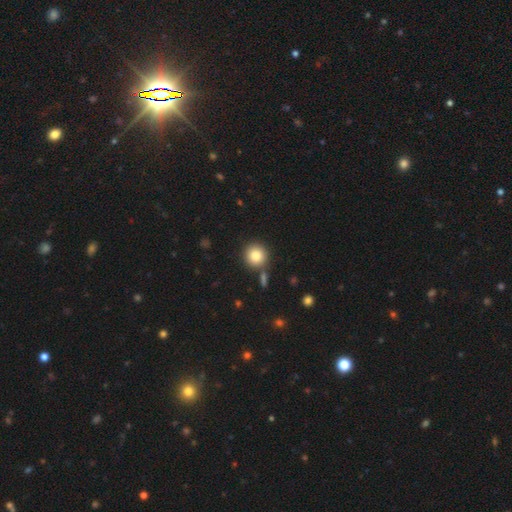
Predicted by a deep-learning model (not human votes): smooth-or-featured: smooth: 83% | star or artifact: 10% | featured or disk: 7%
  how-rounded: round: 93% | in between: 6% | cigar-shaped: 1%
  merging: none: 82% | merger: 8% | minor disturbance: 8% | major disturbance: 2%